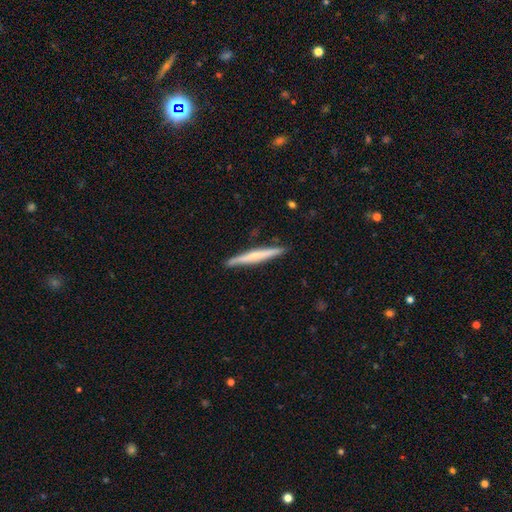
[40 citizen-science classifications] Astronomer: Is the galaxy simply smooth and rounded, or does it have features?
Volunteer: smooth — 50% (runner-up: featured or disk, 42%).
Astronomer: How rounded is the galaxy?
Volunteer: cigar-shaped — 85%.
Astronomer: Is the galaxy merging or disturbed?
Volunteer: none — 92%.